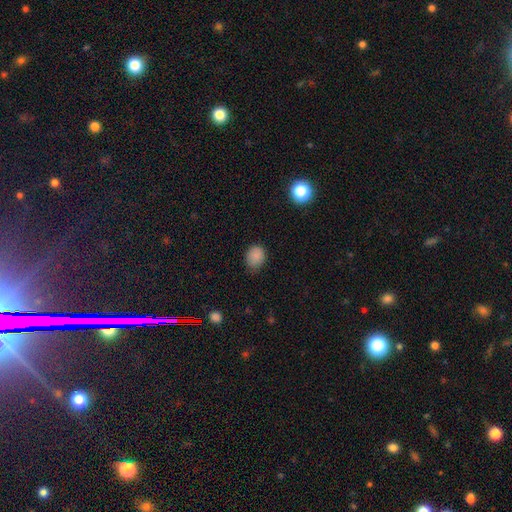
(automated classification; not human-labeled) This appears to be a smooth galaxy with no disk features (85%) that is round (51%). Merging: none (68%).